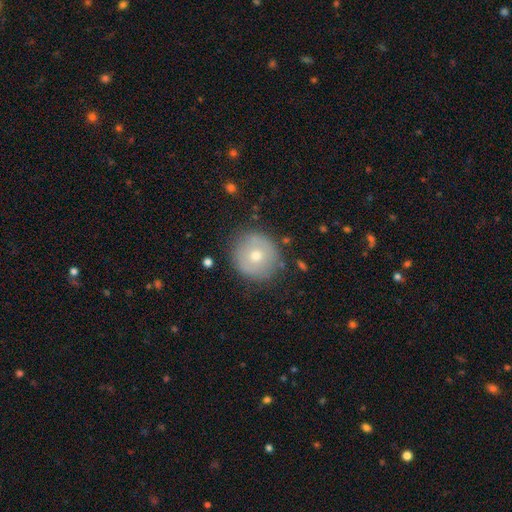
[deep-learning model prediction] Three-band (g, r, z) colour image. It shows a smooth galaxy with no disk features (61%) that is round (93%). Merging: none (86%).